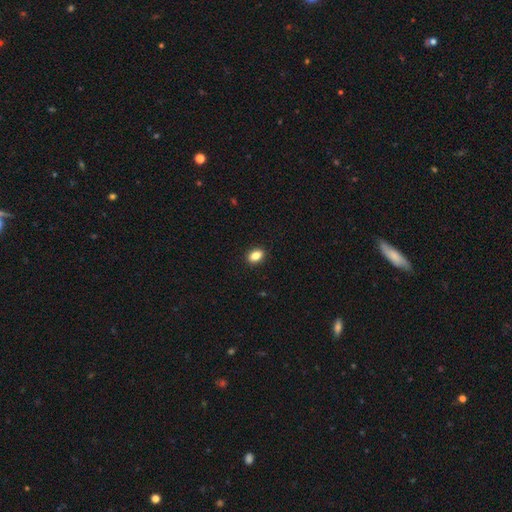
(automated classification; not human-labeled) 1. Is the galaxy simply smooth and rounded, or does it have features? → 86% smooth, 9% star or artifact, 6% featured or disk.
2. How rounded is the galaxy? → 83% in between, 15% round, 2% cigar-shaped.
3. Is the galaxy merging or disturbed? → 91% none, 6% minor disturbance, 2% major disturbance, 1% merger.